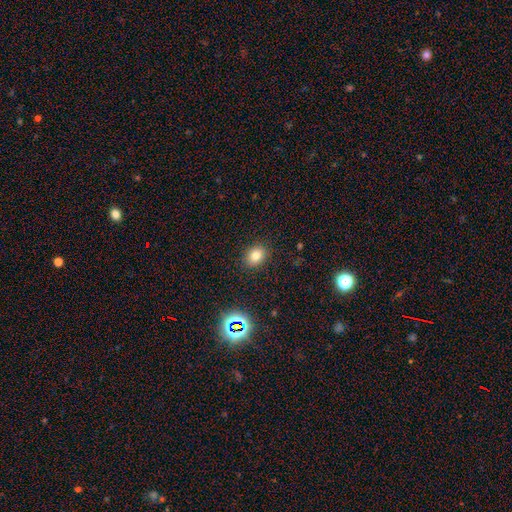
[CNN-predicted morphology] smooth 78%, star or artifact 14%, featured or disk 8%. Down the decision tree: how rounded — round (55%); merging — none (88%).